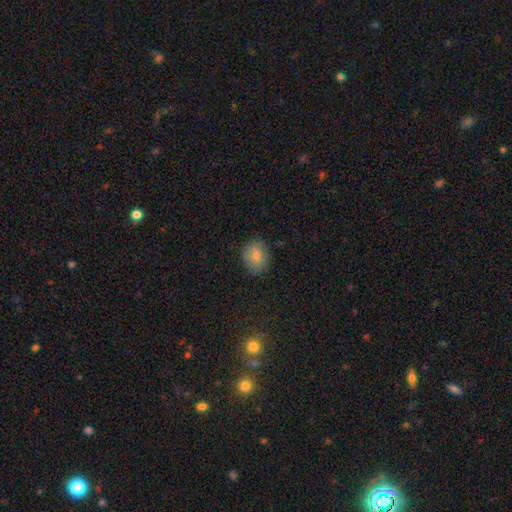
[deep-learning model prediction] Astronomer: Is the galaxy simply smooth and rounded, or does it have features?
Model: smooth — 80%.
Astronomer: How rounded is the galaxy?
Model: round — 52% (runner-up: in between, 47%).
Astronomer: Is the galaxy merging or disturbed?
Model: none — 81%.